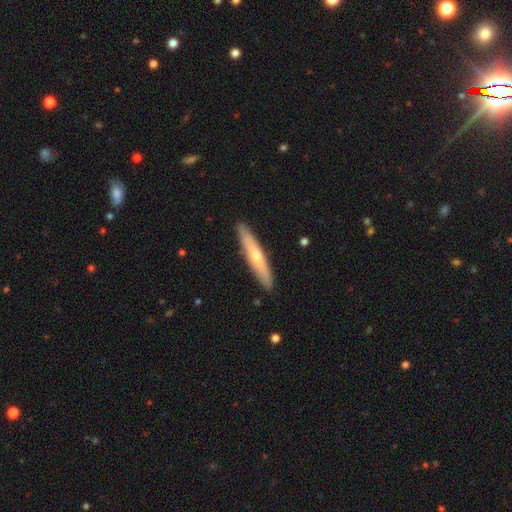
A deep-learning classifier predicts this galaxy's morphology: The model was most divided on "smooth or featured": smooth: 51%, featured or disk: 43%, star or artifact: 5%. More confident: how rounded — cigar-shaped (91%); merging — none (90%).